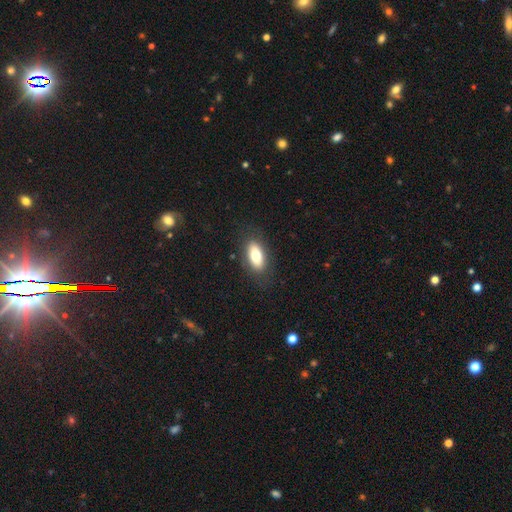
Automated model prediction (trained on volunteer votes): A smooth galaxy with no disk features (73%) that is in between round and cigar-shaped (85%).

Vote fractions:
- Smooth or featured? smooth: 73% / featured or disk: 20% / star or artifact: 7%
- How rounded? in between: 85% / cigar-shaped: 11% / round: 4%
- Merging? none: 84% / minor disturbance: 11% / major disturbance: 4% / merger: 1%